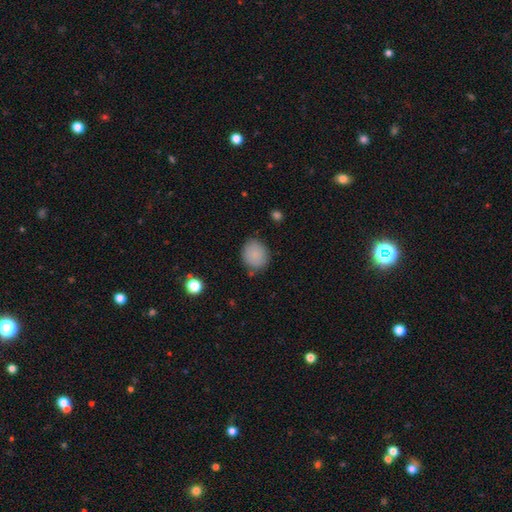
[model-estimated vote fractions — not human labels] A smooth galaxy with no disk features (86%) that is round (73%).

Vote fractions:
- Smooth or featured? smooth: 86% / star or artifact: 8% / featured or disk: 5%
- How rounded? round: 73% / in between: 26% / cigar-shaped: 1%
- Merging? none: 79% / minor disturbance: 15% / major disturbance: 4% / merger: 2%